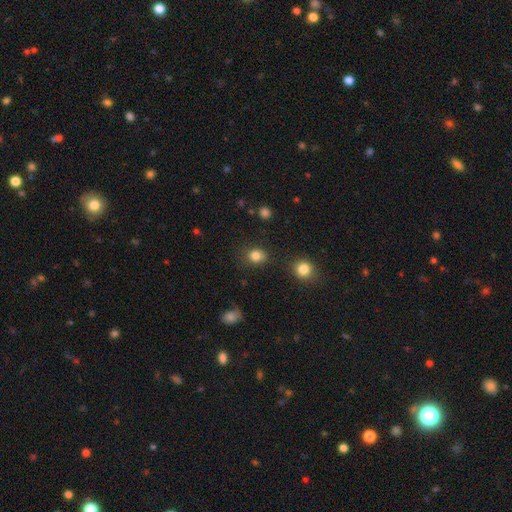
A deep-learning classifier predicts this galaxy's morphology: The model was most divided on "how rounded": round: 68%, in between: 31%, cigar-shaped: 1%. More confident: smooth or featured — smooth (83%); merging — none (79%).